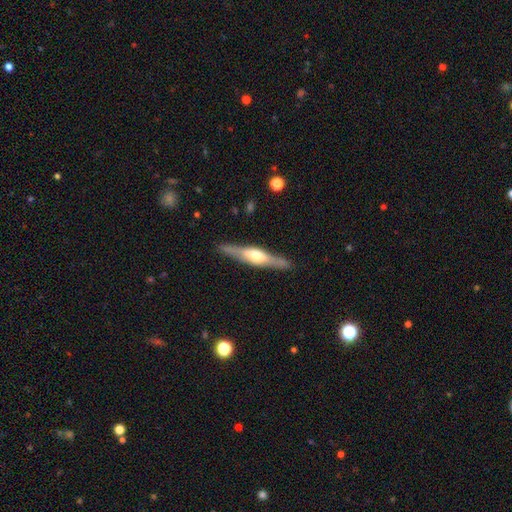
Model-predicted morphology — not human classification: This is likely a featured or disk galaxy (71%). It is clearly viewed edge-on (95%). Edge-on bulge: clearly rounded (82%). Merging: clearly none (88%).